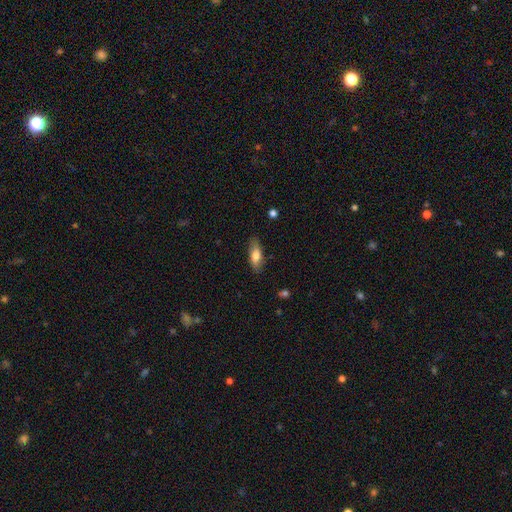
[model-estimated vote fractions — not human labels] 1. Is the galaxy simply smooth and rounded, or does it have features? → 73% smooth, 20% featured or disk, 7% star or artifact.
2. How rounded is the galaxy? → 66% in between, 32% cigar-shaped, 2% round.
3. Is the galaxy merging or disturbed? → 83% none, 13% minor disturbance, 3% major disturbance, 1% merger.